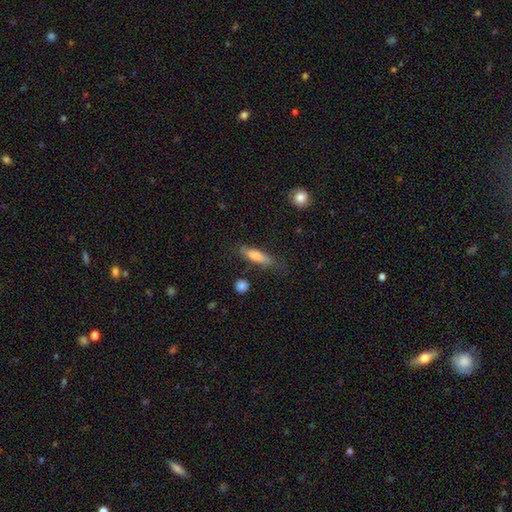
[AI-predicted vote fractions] Smooth or featured?
  - smooth: 78% *
  - featured or disk: 15%
  - star or artifact: 7%
How rounded?
  - cigar-shaped: 57% *
  - in between: 40%
  - round: 3%
Merging?
  - none: 65% *
  - minor disturbance: 23%
  - major disturbance: 8%
  - merger: 3%